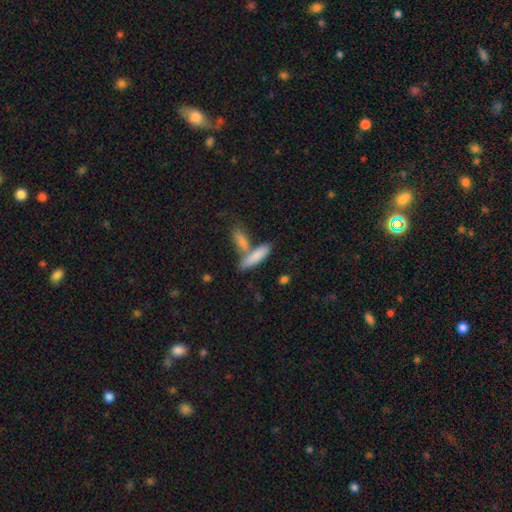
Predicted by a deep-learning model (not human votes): A smooth galaxy with no disk features (80%) that is cigar-shaped (58%).

Vote fractions:
- Smooth or featured? smooth: 80% / featured or disk: 13% / star or artifact: 6%
- How rounded? cigar-shaped: 58% / in between: 39% / round: 3%
- Merging? none: 46% / merger: 40% / minor disturbance: 10% / major disturbance: 4%